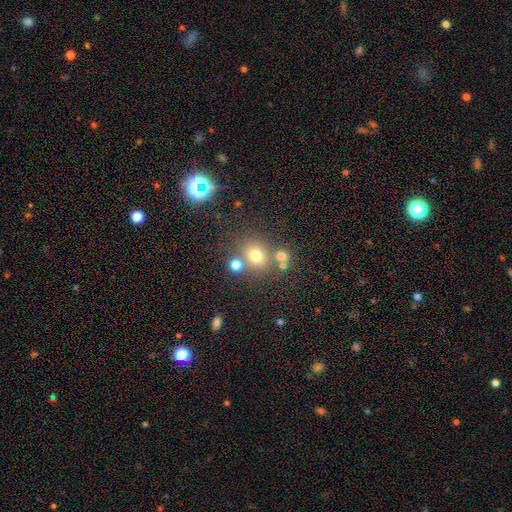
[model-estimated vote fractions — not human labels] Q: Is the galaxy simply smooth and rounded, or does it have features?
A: smooth — 68%.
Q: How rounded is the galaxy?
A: round — 74%.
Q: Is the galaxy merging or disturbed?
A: none — 65%.